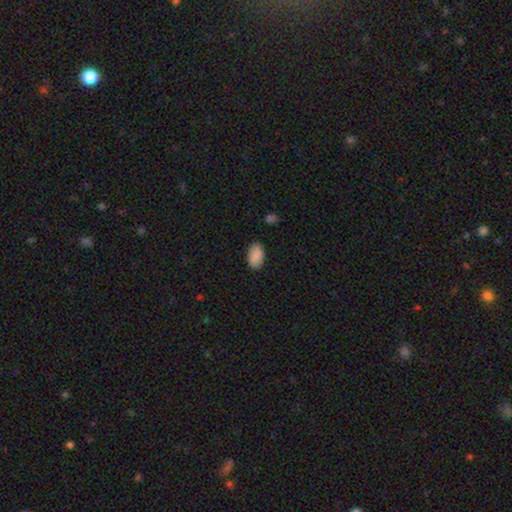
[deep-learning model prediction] Smooth or featured?
  - smooth: 89% *
  - star or artifact: 7%
  - featured or disk: 4%
How rounded?
  - in between: 93% *
  - round: 6%
  - cigar-shaped: 1%
Merging?
  - none: 85% *
  - minor disturbance: 11%
  - major disturbance: 2%
  - merger: 1%